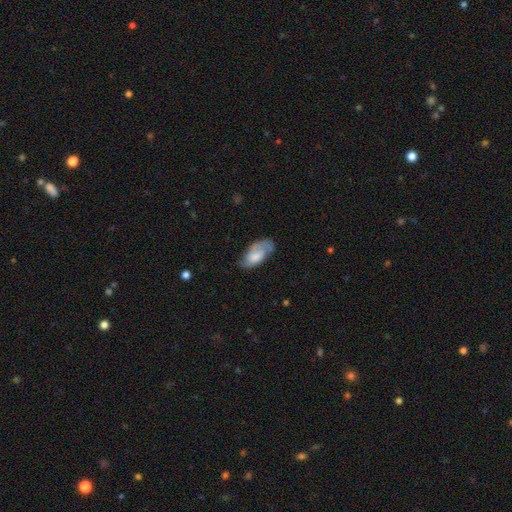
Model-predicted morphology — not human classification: Smooth or featured? Predicted: featured or disk (p=0.52). Edge-on disk? Predicted: no (p=0.93). Merging? Predicted: none (p=0.57).